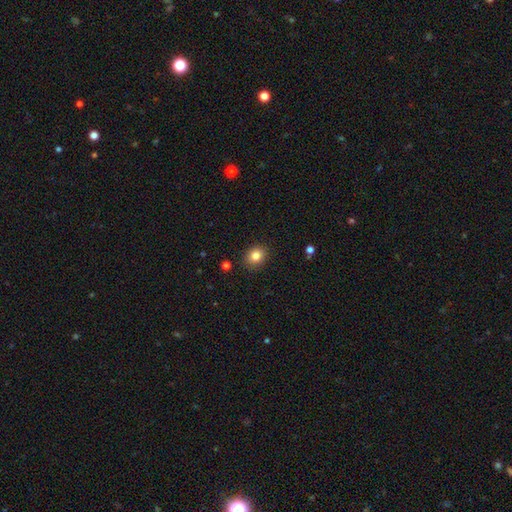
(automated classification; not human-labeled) The model was most divided on "how rounded": round: 63%, in between: 36%, cigar-shaped: 1%. More confident: merging — none (89%); smooth or featured — smooth (83%).